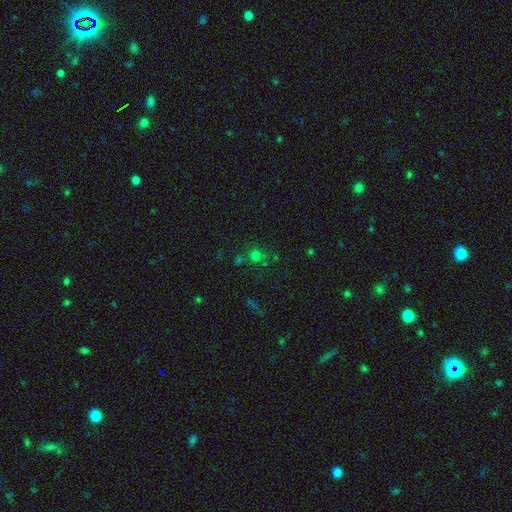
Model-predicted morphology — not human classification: type=smooth (57%); roundness=round (86%); merging=none (59%).